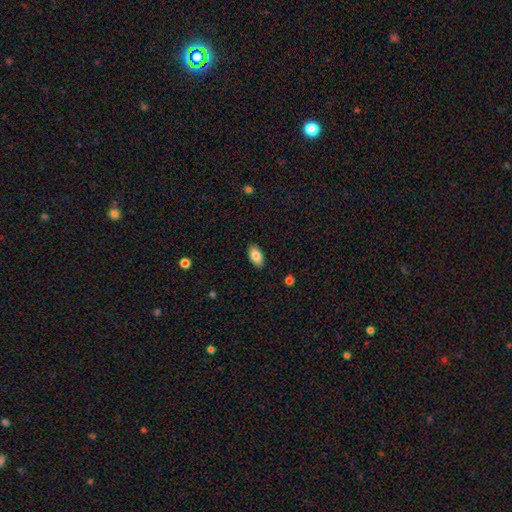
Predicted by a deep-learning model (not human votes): Q: Smooth or featured?
A: smooth (83%); runner-up: featured or disk (9%)
Q: How rounded?
A: in between (94%); runner-up: round (4%)
Q: Merging?
A: none (88%); runner-up: minor disturbance (9%)